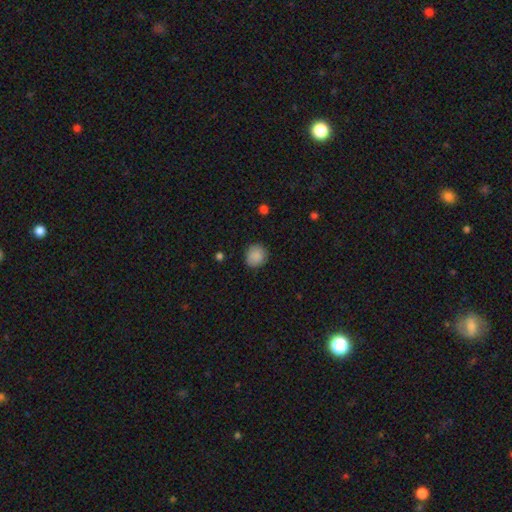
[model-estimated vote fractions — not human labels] A smooth galaxy with no disk features (87%) that is round (85%). Merging: none (84%).